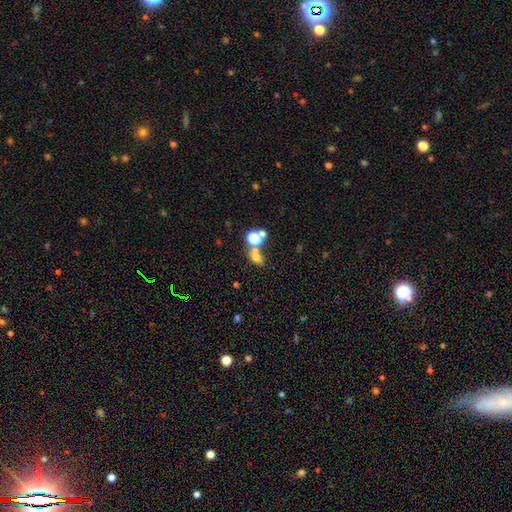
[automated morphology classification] smooth 66%, star or artifact 24%, featured or disk 10%. Down the decision tree: how rounded — in between (53%); merging — none (50%).